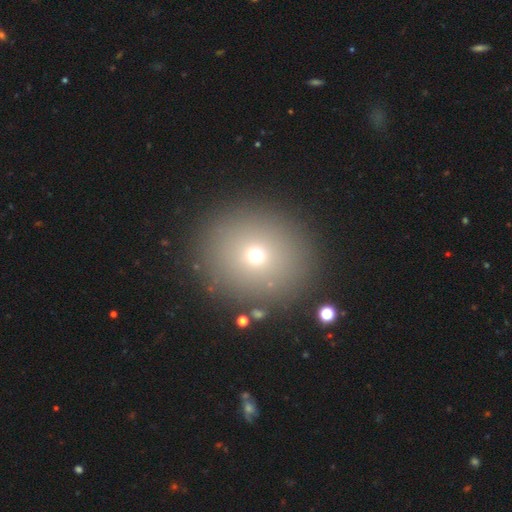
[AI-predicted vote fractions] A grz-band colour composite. It shows a smooth galaxy with no disk features (67%) that is round (88%). Merging: none (89%).